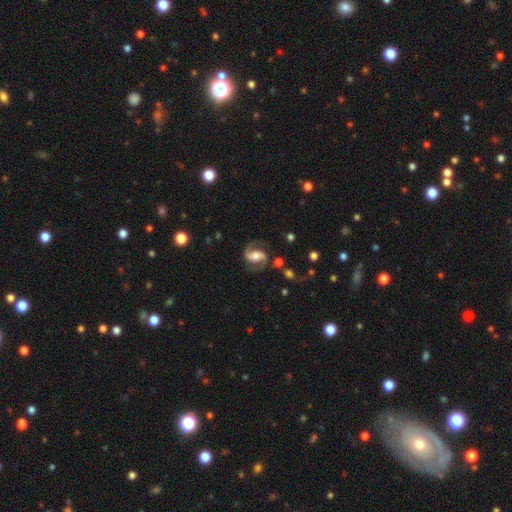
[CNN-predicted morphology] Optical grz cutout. It shows a featured or disk galaxy (89%) with a weak bar (40%), 2 (94%) medium (61%) spiral arms (98%) and a moderate central bulge (58%). Merging: none (80%).